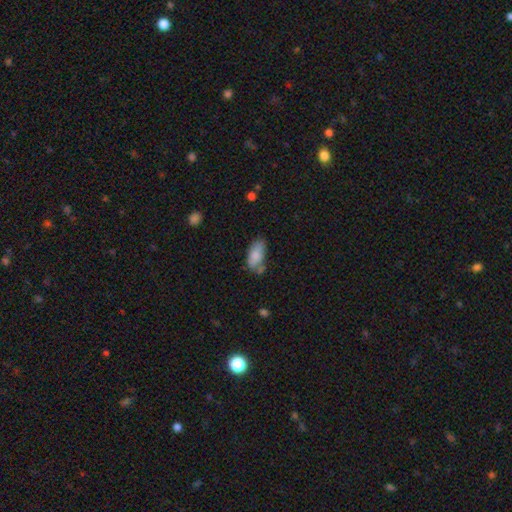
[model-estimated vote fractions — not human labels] Q: Smooth or featured?
A: smooth (82%); runner-up: featured or disk (10%)
Q: How rounded?
A: in between (91%); runner-up: cigar-shaped (6%)
Q: Merging?
A: none (53%); runner-up: minor disturbance (26%)